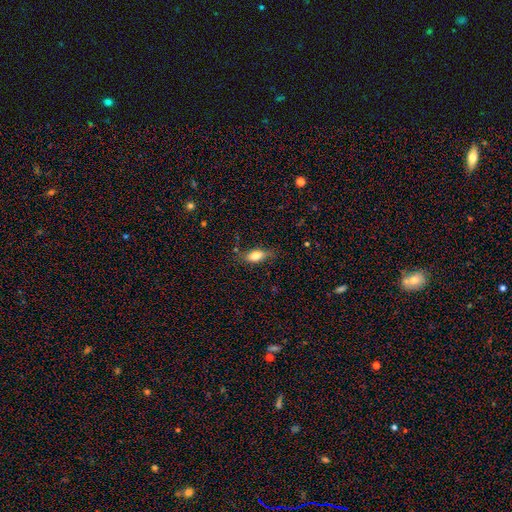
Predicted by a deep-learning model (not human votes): Smooth or featured: smooth — 76% (featured or disk — 16%)
How rounded: in between — 80% (cigar-shaped — 15%)
Merging: none — 68% (minor disturbance — 23%)